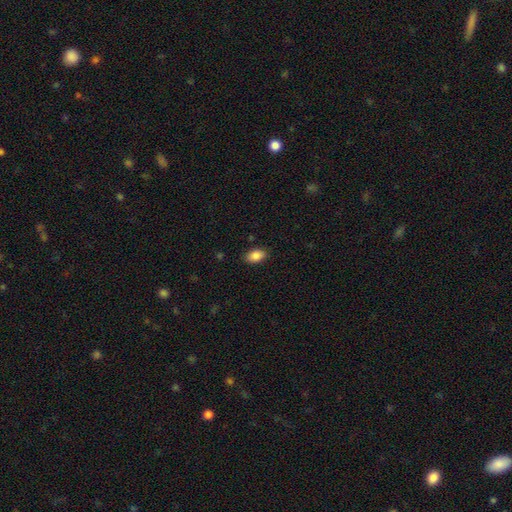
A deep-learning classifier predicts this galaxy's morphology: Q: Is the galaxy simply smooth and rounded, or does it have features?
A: smooth — 87%.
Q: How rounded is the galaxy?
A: in between — 90%.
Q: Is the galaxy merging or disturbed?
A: none — 88%.